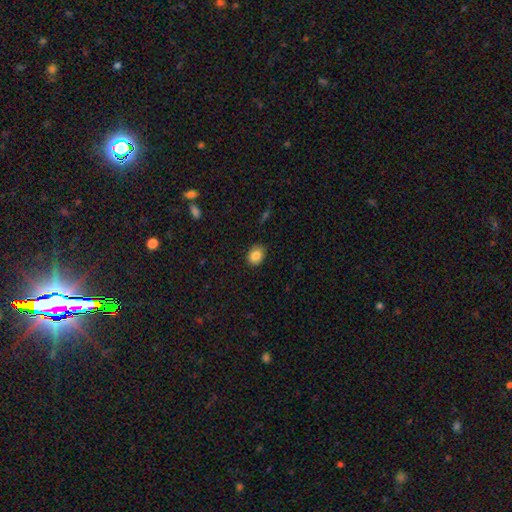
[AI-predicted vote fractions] This appears to be a smooth galaxy with no disk features (85%) that is in between round and cigar-shaped (57%). Merging: none (87%).